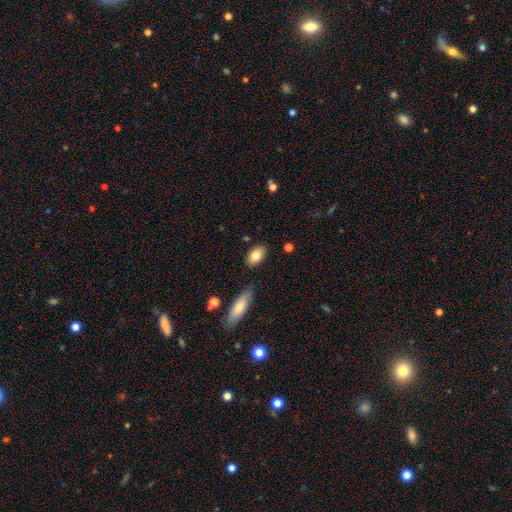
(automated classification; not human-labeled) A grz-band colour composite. It shows a smooth galaxy with no disk features (80%) that is in between round and cigar-shaped (90%). Merging: none (83%).